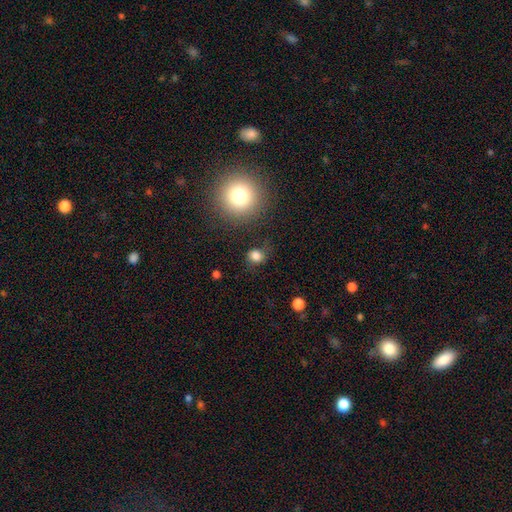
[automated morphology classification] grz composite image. It shows a smooth galaxy with no disk features (80%) that is round (77%). Merging: none (67%).